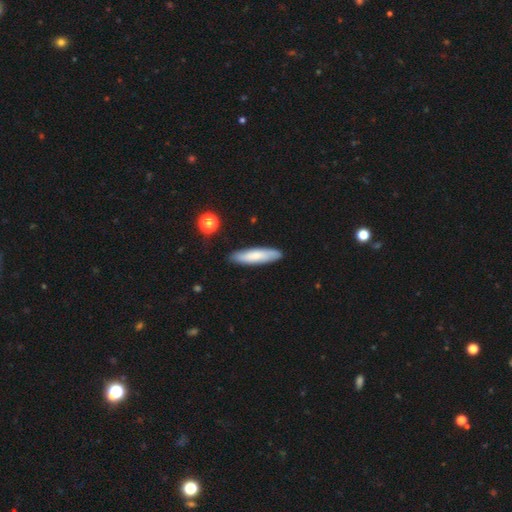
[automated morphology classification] A smooth galaxy with no disk features (71%) that is cigar-shaped (75%). Merging: none (86%).